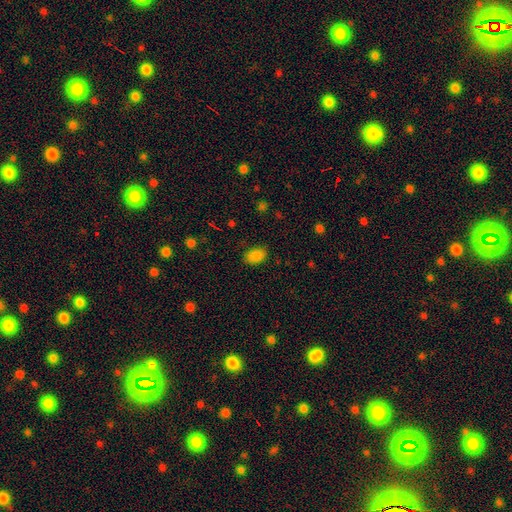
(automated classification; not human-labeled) smooth-or-featured: smooth: 86% | star or artifact: 11% | featured or disk: 4%
  how-rounded: in between: 87% | round: 12% | cigar-shaped: 1%
  merging: none: 83% | minor disturbance: 12% | major disturbance: 3% | merger: 1%